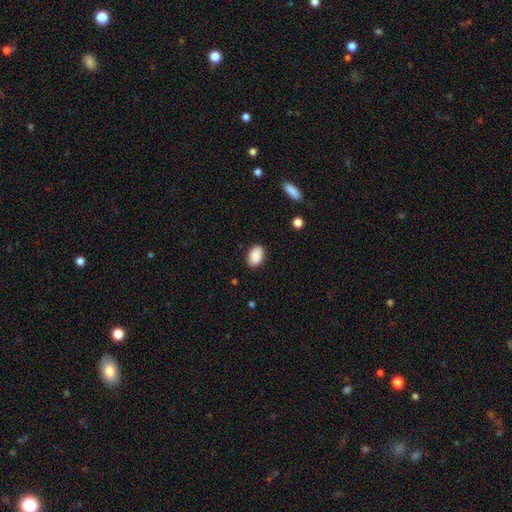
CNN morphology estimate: smooth 90%, star or artifact 7%, featured or disk 3%. Down the decision tree: how rounded — in between (89%); merging — none (87%).